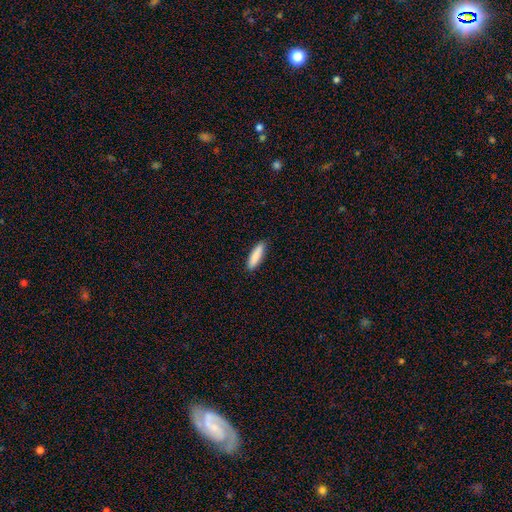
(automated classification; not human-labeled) The model was most divided on "how rounded": cigar-shaped: 67%, in between: 31%, round: 1%. More confident: merging — none (89%); smooth or featured — smooth (88%).